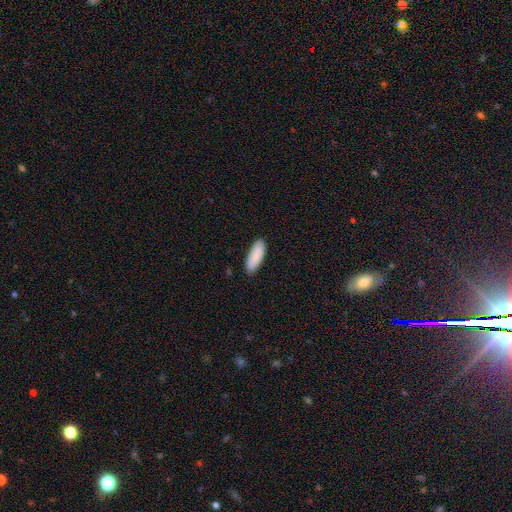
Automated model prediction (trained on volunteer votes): Smooth or featured? smooth (89%)
How rounded? in between (73%)
Merging? none (88%)